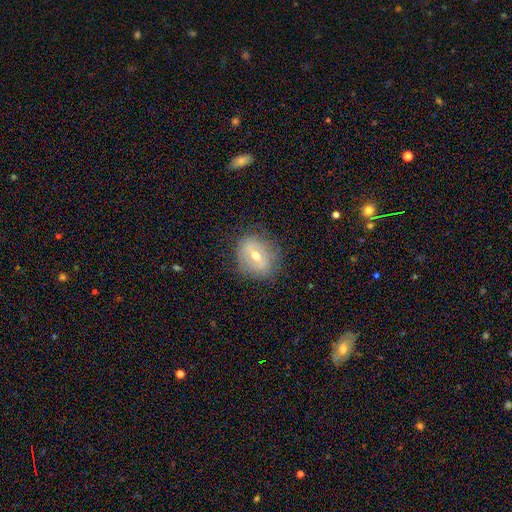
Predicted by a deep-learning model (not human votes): A featured or disk galaxy (55%) with a weak bar (43%), no spiral arms (62%) and a moderate central bulge (67%).

Vote fractions:
- Smooth or featured? featured or disk: 55% / smooth: 37% / star or artifact: 9%
- Edge-on disk? no: 93% / yes: 7%
- Bar? weak: 43% / strong: 30% / no: 27%
- Spiral arms? no: 62% / yes: 38%
- Bulge size? moderate: 67% / small: 29% / large: 3% / none: 1% / dominant: 1%
- Merging? none: 77% / minor disturbance: 16% / major disturbance: 6% / merger: 1%